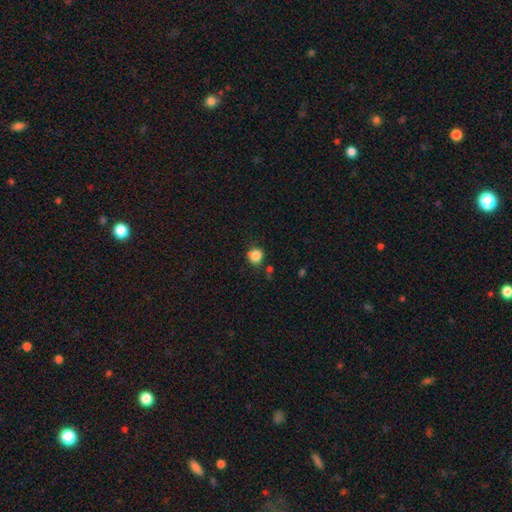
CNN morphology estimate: Smooth or featured: smooth — 85% (star or artifact — 11%)
How rounded: round — 87% (in between — 12%)
Merging: none — 76% (minor disturbance — 16%)